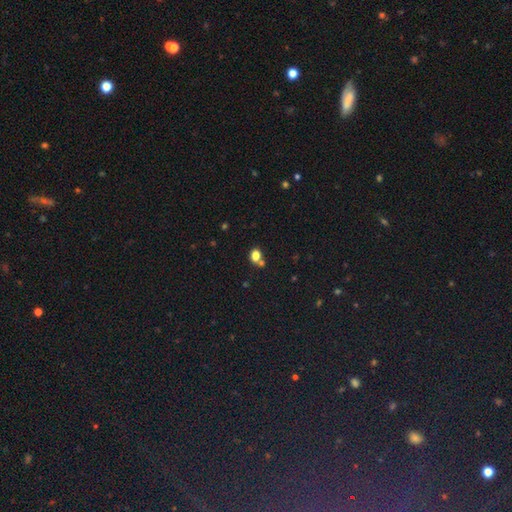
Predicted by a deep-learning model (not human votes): Overall: smooth (80%). How rounded: round (52%; in between 47%). Merging: none (59%; merger 27%).